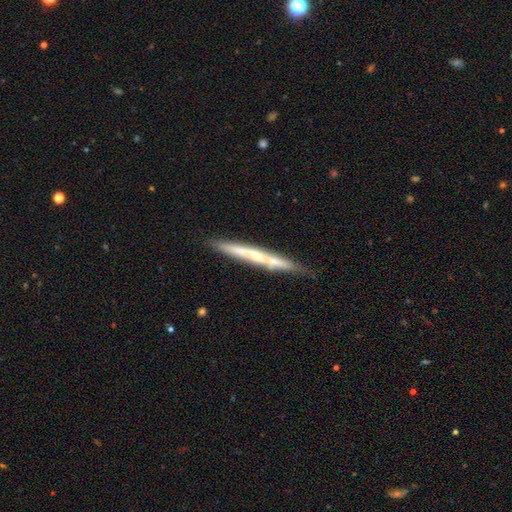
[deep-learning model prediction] A featured or disk galaxy (56%) viewed edge-on (95%) with no central bulge (67%). Merging: none (80%).